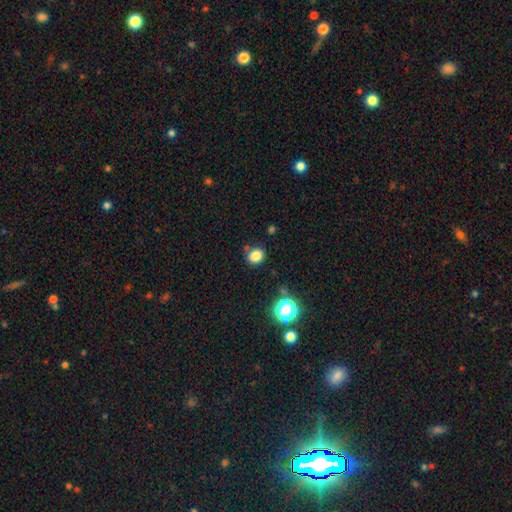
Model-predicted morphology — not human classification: The model was most divided on "how rounded": round: 69%, in between: 30%, cigar-shaped: 1%. More confident: smooth or featured — smooth (83%); merging — none (80%).